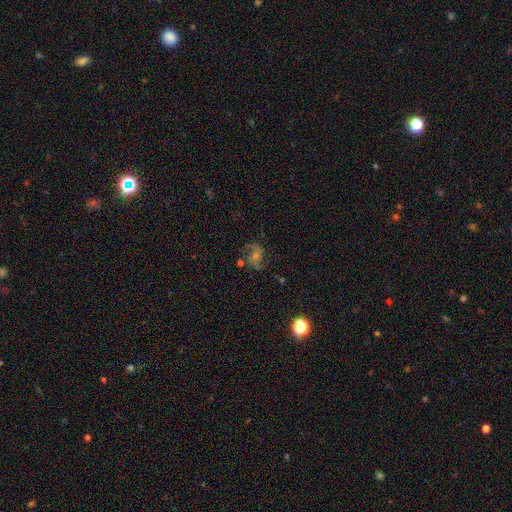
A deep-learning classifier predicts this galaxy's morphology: Smooth or featured: featured or disk — 70% (star or artifact — 17%)
Edge-on disk: no — 97% (yes — 3%)
Bar: no — 60% (weak — 31%)
Spiral arms: yes — 93% (no — 7%)
Spiral winding: medium — 48% (loose — 35%)
Spiral arm count: 2 — 79% (can't tell — 8%)
Bulge size: moderate — 47% (small — 45%)
Merging: none — 72% (minor disturbance — 16%)